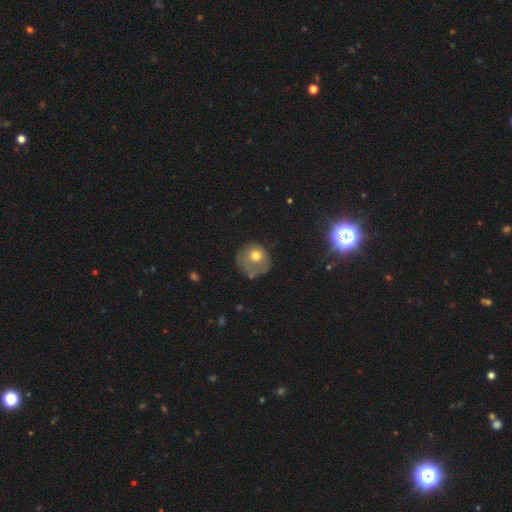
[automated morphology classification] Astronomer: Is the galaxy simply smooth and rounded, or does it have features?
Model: smooth — 62%.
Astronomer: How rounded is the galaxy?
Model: round — 83%.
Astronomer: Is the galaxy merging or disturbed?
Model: none — 47% (runner-up: minor disturbance, 26%).